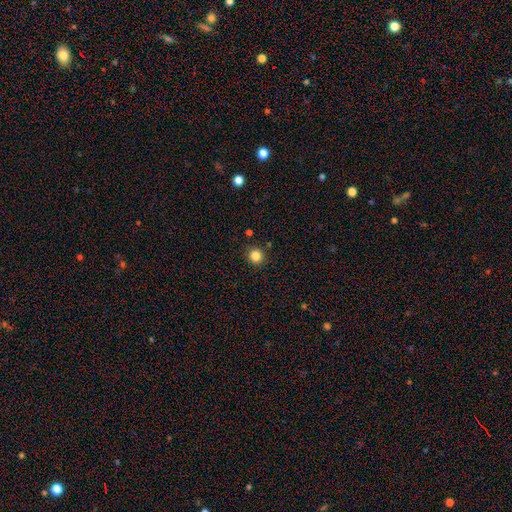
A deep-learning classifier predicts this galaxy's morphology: smooth-or-featured: smooth: 84% | star or artifact: 12% | featured or disk: 5%
  how-rounded: round: 93% | in between: 6% | cigar-shaped: 1%
  merging: none: 89% | minor disturbance: 7% | merger: 2% | major disturbance: 2%